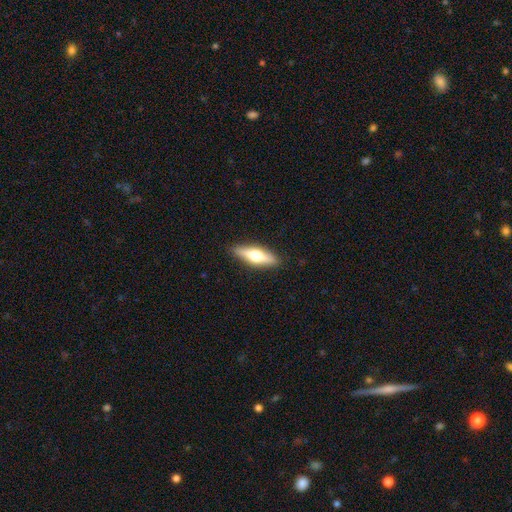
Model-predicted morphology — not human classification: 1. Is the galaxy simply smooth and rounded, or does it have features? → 48% featured or disk, 46% smooth, 6% star or artifact.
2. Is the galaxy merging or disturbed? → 88% none, 9% minor disturbance, 2% major disturbance, 1% merger.